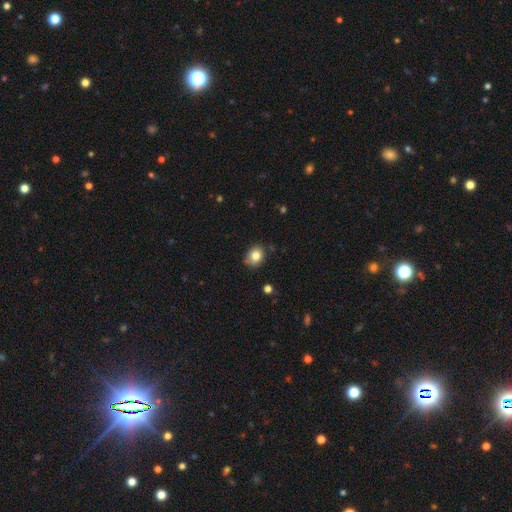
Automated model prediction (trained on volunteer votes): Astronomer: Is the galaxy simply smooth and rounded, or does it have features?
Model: smooth — 82%.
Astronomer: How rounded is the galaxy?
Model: round — 59% (runner-up: in between, 40%).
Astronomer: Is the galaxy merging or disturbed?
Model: none — 79%.